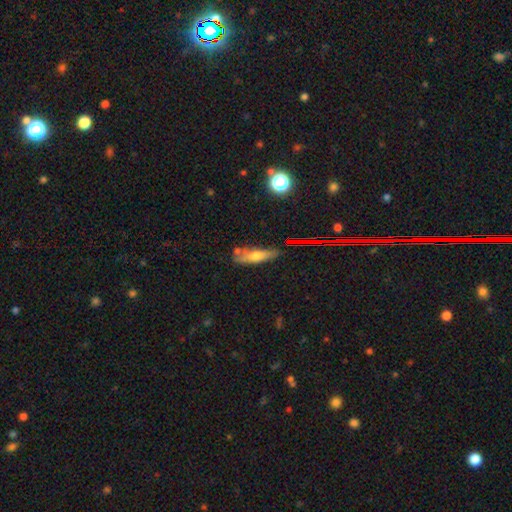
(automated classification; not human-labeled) This appears to be a smooth galaxy with no disk features (56%) that is cigar-shaped (56%). Merging: none (56%).